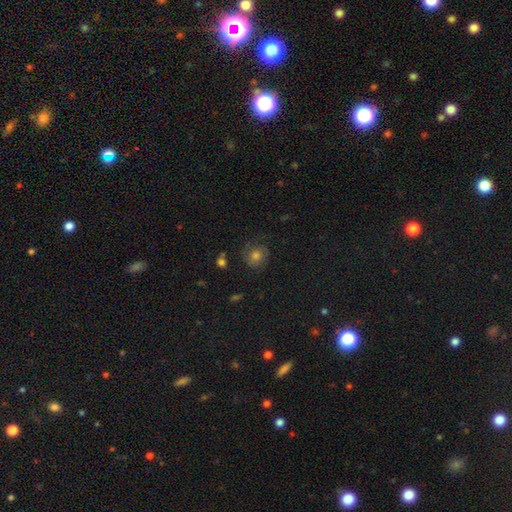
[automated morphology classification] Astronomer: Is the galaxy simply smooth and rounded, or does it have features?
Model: smooth — 57%.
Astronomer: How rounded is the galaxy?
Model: round — 83%.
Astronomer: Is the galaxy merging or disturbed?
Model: none — 70%.